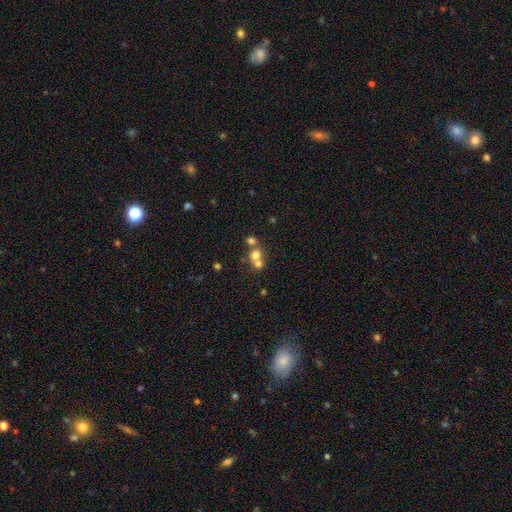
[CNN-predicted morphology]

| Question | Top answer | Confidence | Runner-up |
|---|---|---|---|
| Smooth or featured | smooth | 68% | featured or disk (17%) |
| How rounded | round | 81% | in between (18%) |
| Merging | merger | 56% | none (36%) |